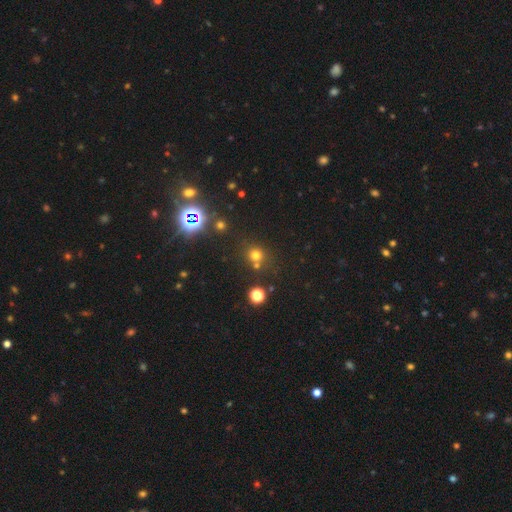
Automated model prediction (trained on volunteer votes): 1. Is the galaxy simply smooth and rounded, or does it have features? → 66% smooth, 27% star or artifact, 7% featured or disk.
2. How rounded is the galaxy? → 88% round, 11% in between, 1% cigar-shaped.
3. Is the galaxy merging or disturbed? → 68% none, 20% merger, 8% minor disturbance, 4% major disturbance.